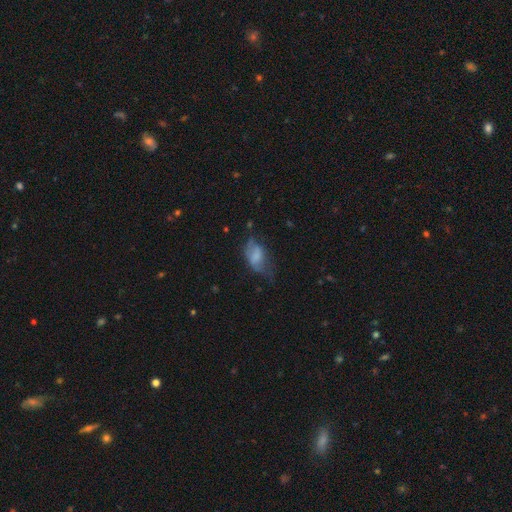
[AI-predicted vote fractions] This appears to be a smooth galaxy with no disk features (61%) that is in between round and cigar-shaped (89%). Merging: minor disturbance (34%).